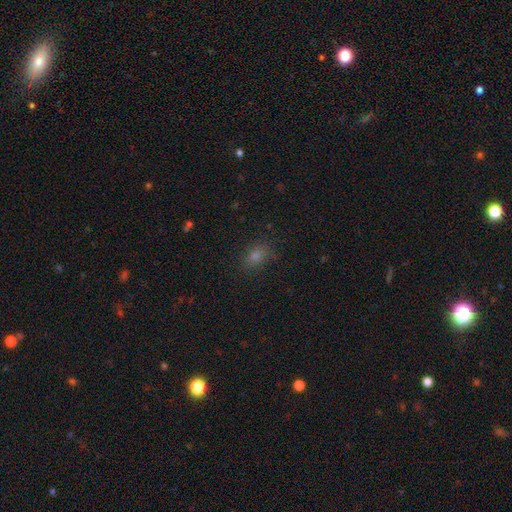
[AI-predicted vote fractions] smooth_or_featured: smooth (p=0.70) [alt: star or artifact p=0.22]
how_rounded: in between (p=0.69) [alt: round p=0.29]
merging: none (p=0.85) [alt: minor disturbance p=0.11]